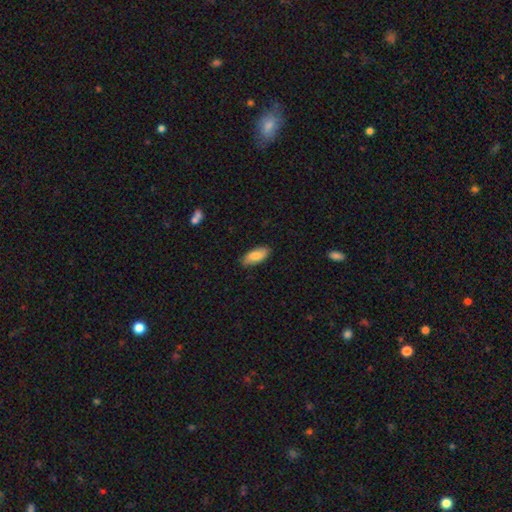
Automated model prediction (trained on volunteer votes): This appears to be a smooth galaxy with no disk features (82%) that is in between round and cigar-shaped (86%). Merging: none (85%).